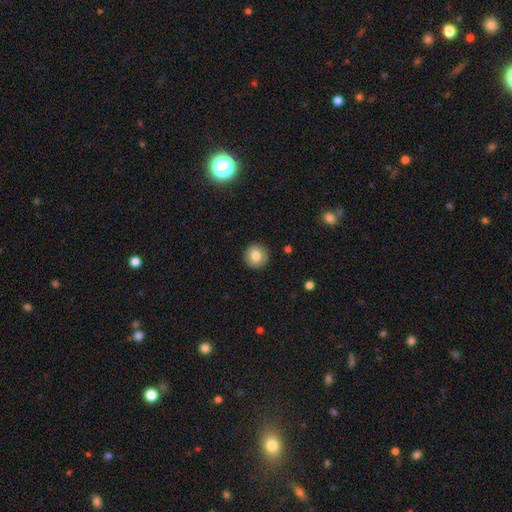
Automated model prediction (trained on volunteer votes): Smooth or featured?
  - smooth: 81% *
  - featured or disk: 10%
  - star or artifact: 9%
How rounded?
  - round: 94% *
  - in between: 5%
  - cigar-shaped: 1%
Merging?
  - none: 91% *
  - minor disturbance: 6%
  - major disturbance: 2%
  - merger: 1%